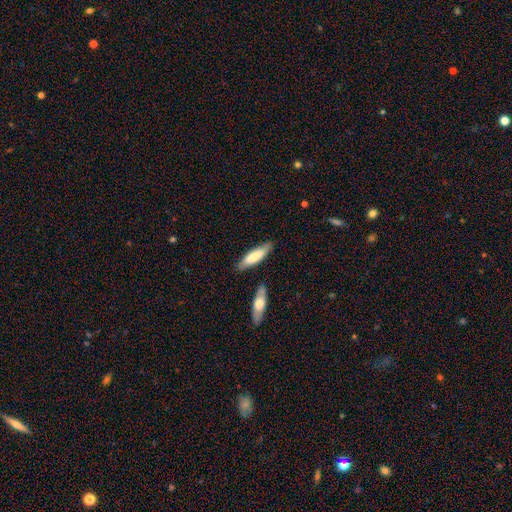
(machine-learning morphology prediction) A smooth galaxy with no disk features (72%) that is cigar-shaped (62%). Merging: none (76%).